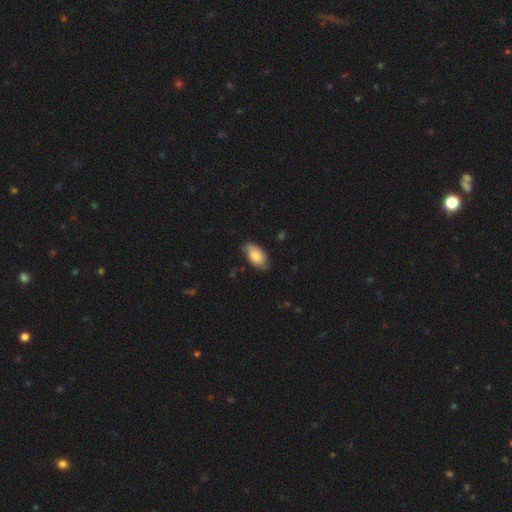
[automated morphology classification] This appears to be a smooth galaxy with no disk features (77%) that is in between round and cigar-shaped (94%). Merging: none (67%).